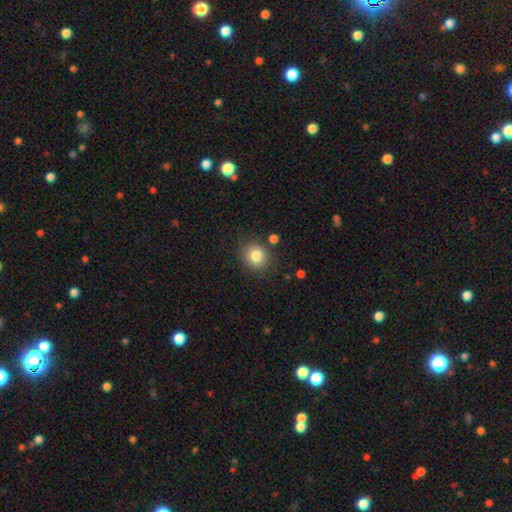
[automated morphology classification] smooth 82%, star or artifact 10%, featured or disk 7%. Down the decision tree: how rounded — round (80%); merging — none (82%).